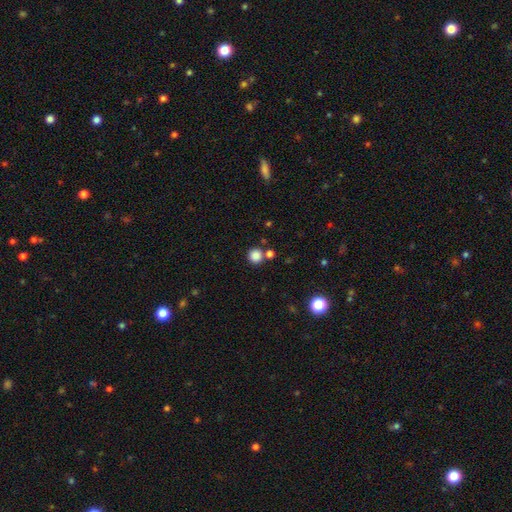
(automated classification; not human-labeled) Morphology: type=smooth (84%); roundness=round (94%); merging=none (76%).